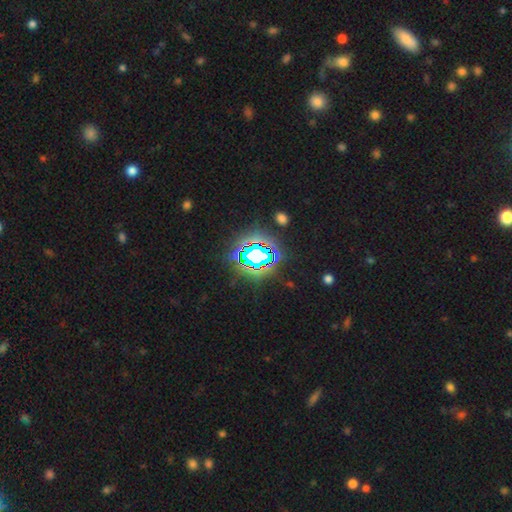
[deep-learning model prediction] smooth-or-featured: star or artifact: 74% | smooth: 15% | featured or disk: 12%